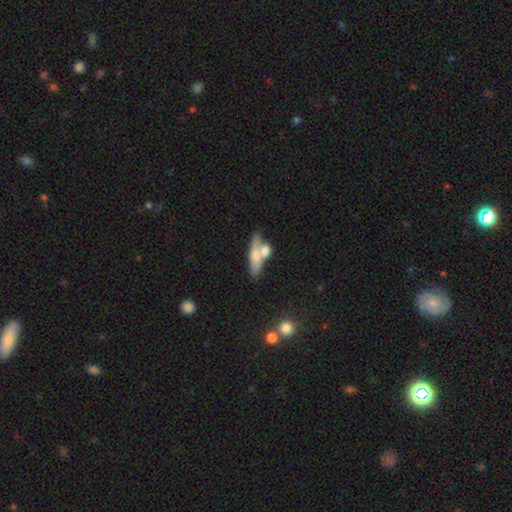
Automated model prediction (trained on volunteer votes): The model was most divided on "how rounded": in between: 50%, cigar-shaped: 44%, round: 6%. Remaining: smooth or featured — smooth (63%); merging — merger (44%).